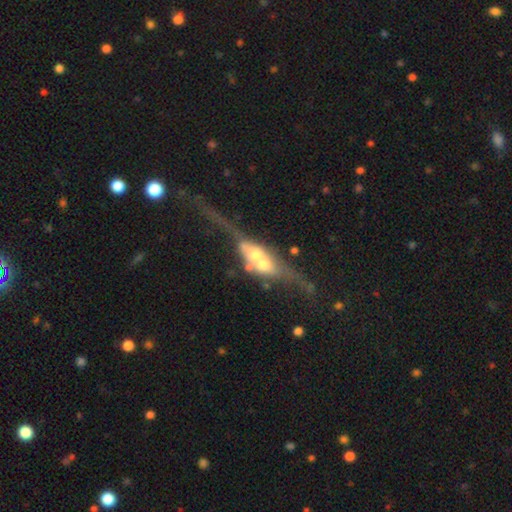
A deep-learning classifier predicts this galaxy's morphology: Smooth or featured?
  - featured or disk: 67% *
  - smooth: 25%
  - star or artifact: 8%
Edge-on disk?
  - yes: 64% *
  - no: 36%
Merging?
  - merger: 48% *
  - none: 25%
  - major disturbance: 15%
  - minor disturbance: 11%